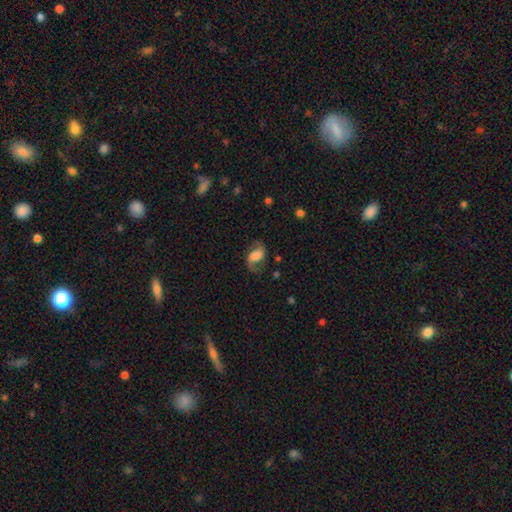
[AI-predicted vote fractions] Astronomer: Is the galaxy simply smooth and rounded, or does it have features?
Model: featured or disk — 66%.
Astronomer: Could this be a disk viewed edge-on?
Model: no — 96%.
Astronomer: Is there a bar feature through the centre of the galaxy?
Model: weak — 41% (runner-up: no, 37%).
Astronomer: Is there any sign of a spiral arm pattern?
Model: yes — 91%.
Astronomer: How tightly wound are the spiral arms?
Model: loose — 56% (runner-up: medium, 35%).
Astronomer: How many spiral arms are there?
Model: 2 — 88%.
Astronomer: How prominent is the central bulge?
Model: large — 37% (runner-up: moderate, 28%).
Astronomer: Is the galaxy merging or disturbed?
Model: none — 69%.